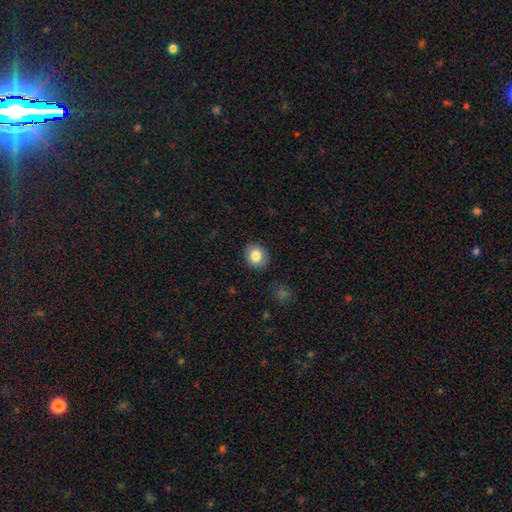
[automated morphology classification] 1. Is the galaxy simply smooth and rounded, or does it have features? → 83% smooth, 9% star or artifact, 8% featured or disk.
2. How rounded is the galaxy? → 73% round, 26% in between, 1% cigar-shaped.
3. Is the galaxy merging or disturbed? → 89% none, 8% minor disturbance, 2% major disturbance, 1% merger.